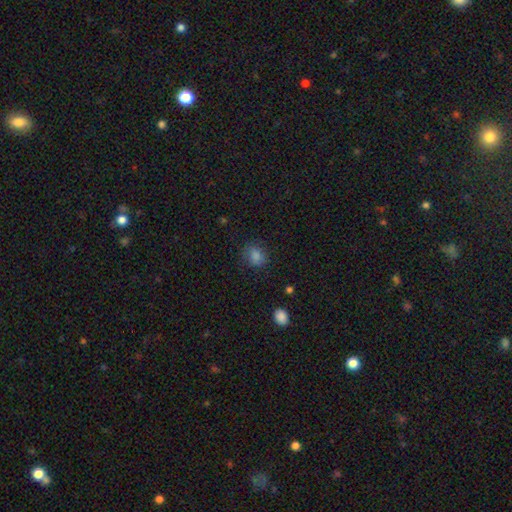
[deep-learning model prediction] smooth-or-featured: smooth: 80% | star or artifact: 13% | featured or disk: 7%
  how-rounded: in between: 50% | round: 49% | cigar-shaped: 1%
  merging: none: 74% | minor disturbance: 18% | major disturbance: 6% | merger: 2%